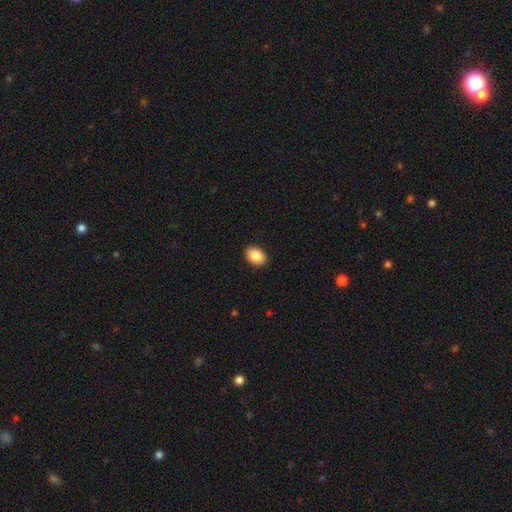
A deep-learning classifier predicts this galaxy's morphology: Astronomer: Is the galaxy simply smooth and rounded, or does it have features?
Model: smooth — 88%.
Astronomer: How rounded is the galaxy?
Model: in between — 76%.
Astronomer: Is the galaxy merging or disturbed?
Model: none — 91%.